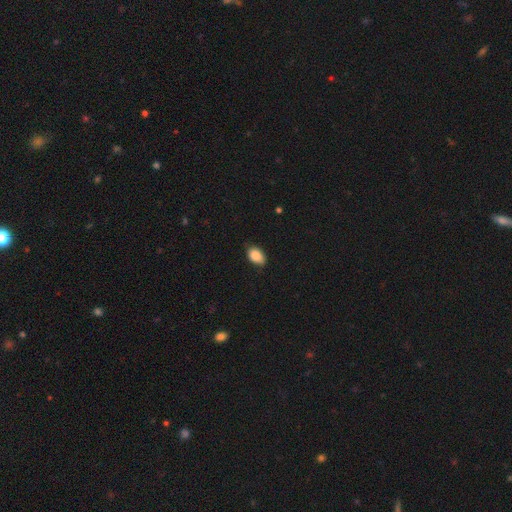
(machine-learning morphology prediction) Smooth or featured? Predicted: smooth (p=0.89). How rounded? Predicted: in between (p=0.89). Merging? Predicted: none (p=0.78).